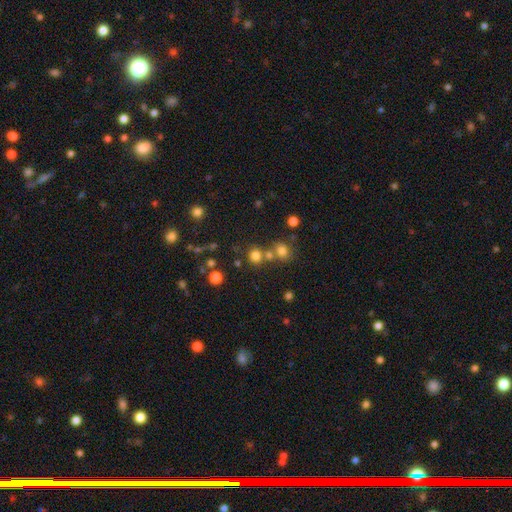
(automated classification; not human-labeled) Smooth or featured: smooth — 75% (star or artifact — 19%)
How rounded: round — 89% (in between — 10%)
Merging: none — 66% (merger — 23%)